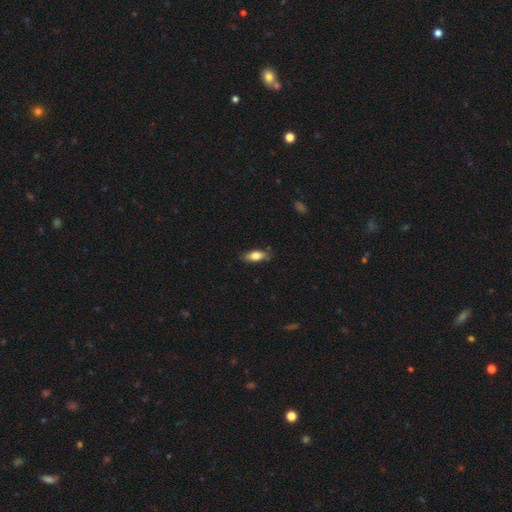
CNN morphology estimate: smooth_or_featured: smooth (p=0.76) [alt: featured or disk p=0.17]
how_rounded: in between (p=0.78) [alt: cigar-shaped p=0.19]
merging: none (p=0.80) [alt: minor disturbance p=0.16]